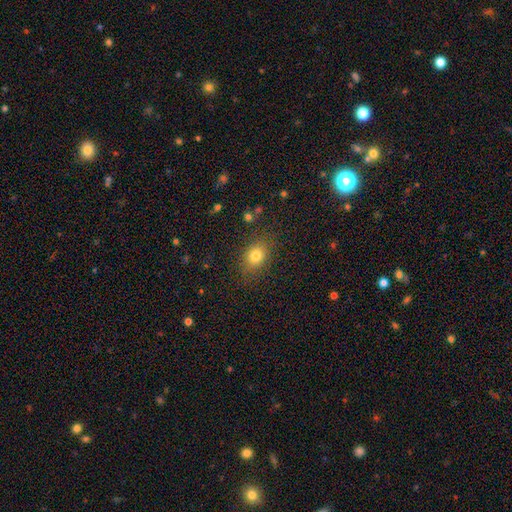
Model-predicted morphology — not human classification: smooth-or-featured: smooth: 79% | star or artifact: 12% | featured or disk: 9%
  how-rounded: in between: 63% | round: 35% | cigar-shaped: 2%
  merging: none: 82% | minor disturbance: 13% | major disturbance: 4% | merger: 2%